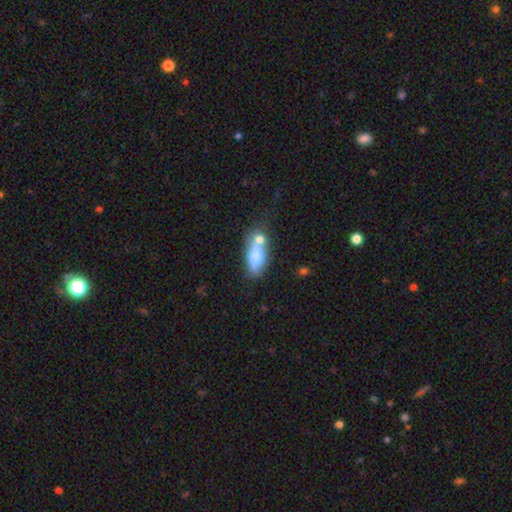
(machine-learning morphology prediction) This appears to be a smooth galaxy with no disk features (65%) that is in between round and cigar-shaped (75%). Merging: none (39%, tied with merger).